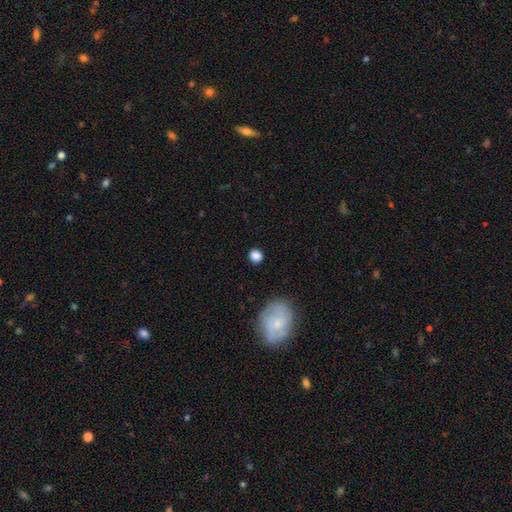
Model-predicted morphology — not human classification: This is clearly a smooth galaxy (84%). How rounded: clearly round (86%). Merging: clearly none (87%).